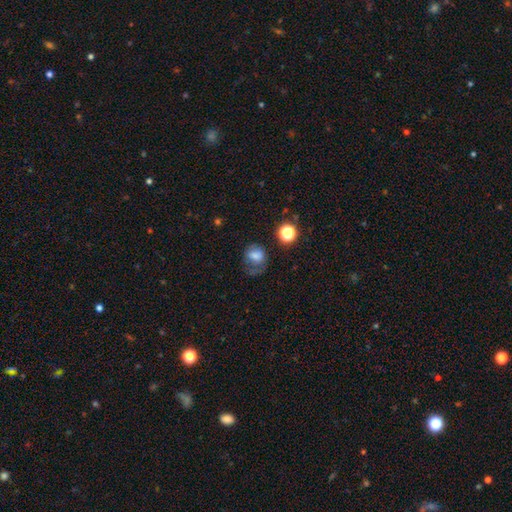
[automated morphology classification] The model was most divided on "how rounded": round: 56%, in between: 42%, cigar-shaped: 1%. Remaining: smooth or featured — smooth (66%); merging — none (42%).